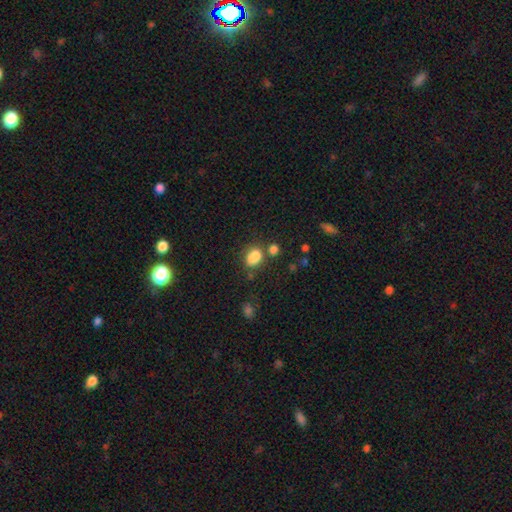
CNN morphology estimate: type=smooth (80%); roundness=in between (68%); merging=none (48%).